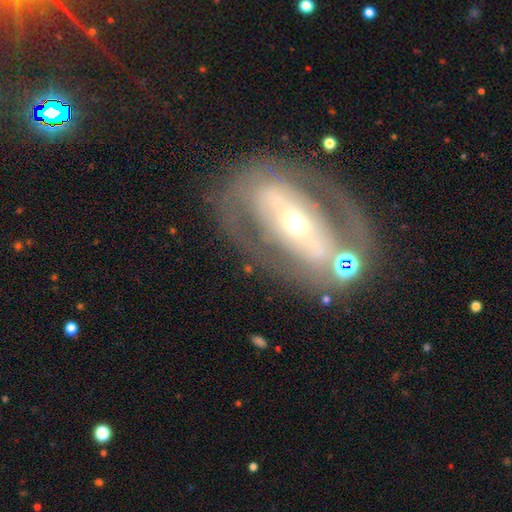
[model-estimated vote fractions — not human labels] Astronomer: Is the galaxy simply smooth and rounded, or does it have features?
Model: featured or disk — 77%.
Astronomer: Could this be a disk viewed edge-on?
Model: no — 91%.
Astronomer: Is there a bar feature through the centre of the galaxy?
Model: strong — 40% (runner-up: no, 38%).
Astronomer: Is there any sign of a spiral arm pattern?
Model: yes — 53% (runner-up: no, 47%).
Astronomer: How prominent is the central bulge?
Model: small — 51% (runner-up: moderate, 41%).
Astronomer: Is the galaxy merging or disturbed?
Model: none — 67%.